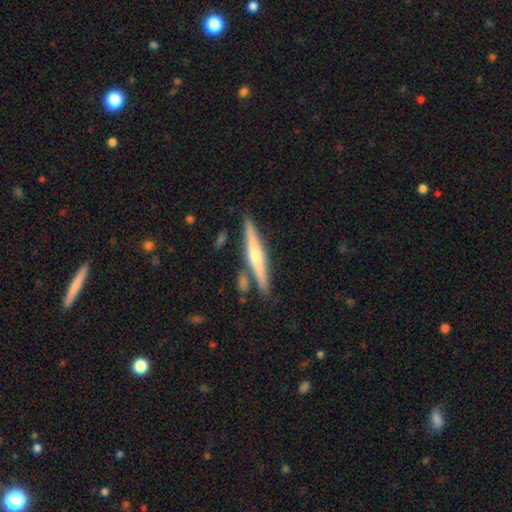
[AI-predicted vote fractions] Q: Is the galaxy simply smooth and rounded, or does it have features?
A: featured or disk — 70%.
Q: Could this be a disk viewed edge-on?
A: yes — 96%.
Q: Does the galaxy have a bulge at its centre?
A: rounded — 84%.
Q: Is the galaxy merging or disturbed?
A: none — 81%.